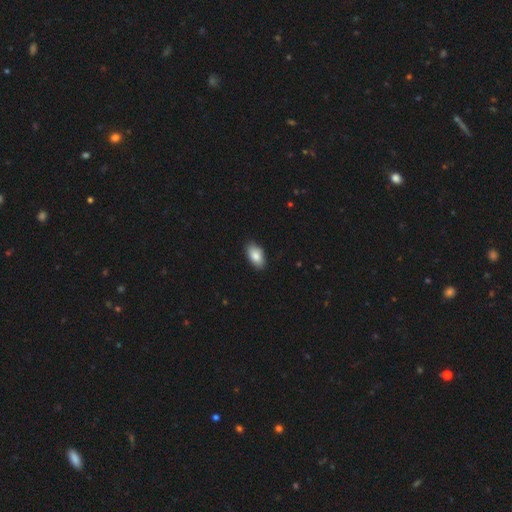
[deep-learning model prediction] Smooth or featured: smooth — 86% (featured or disk — 8%)
How rounded: in between — 94% (round — 4%)
Merging: none — 88% (minor disturbance — 10%)